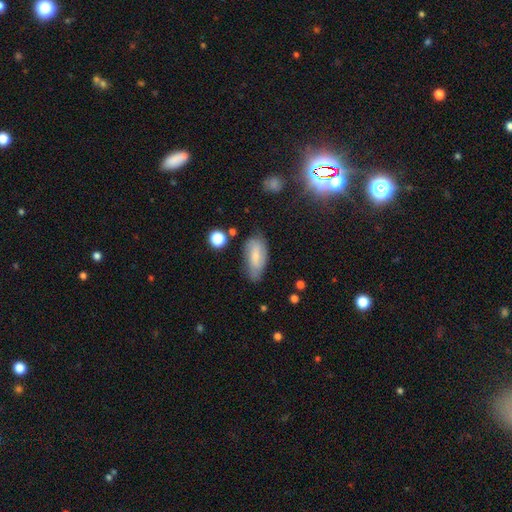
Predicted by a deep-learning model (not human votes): smooth 57%, featured or disk 35%, star or artifact 8%. Down the decision tree: how rounded — in between (83%); merging — none (63%).